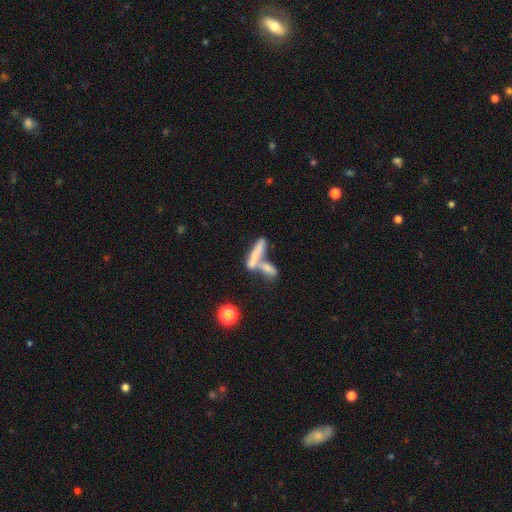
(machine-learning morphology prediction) smooth_or_featured: smooth (p=0.60) [alt: featured or disk p=0.30]
how_rounded: cigar-shaped (p=0.75) [alt: in between p=0.22]
merging: merger (p=0.57) [alt: none p=0.27]